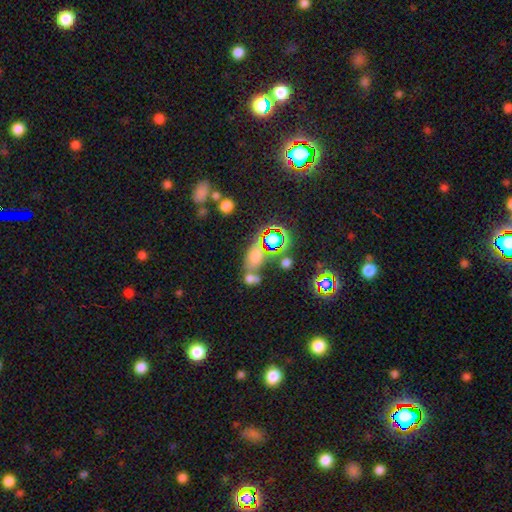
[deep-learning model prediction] A smooth galaxy with no disk features (52%) that is in between round and cigar-shaped (68%).

Vote fractions:
- Smooth or featured? smooth: 52% / star or artifact: 31% / featured or disk: 17%
- How rounded? in between: 68% / round: 22% / cigar-shaped: 9%
- Merging? none: 45% / merger: 35% / minor disturbance: 13% / major disturbance: 8%